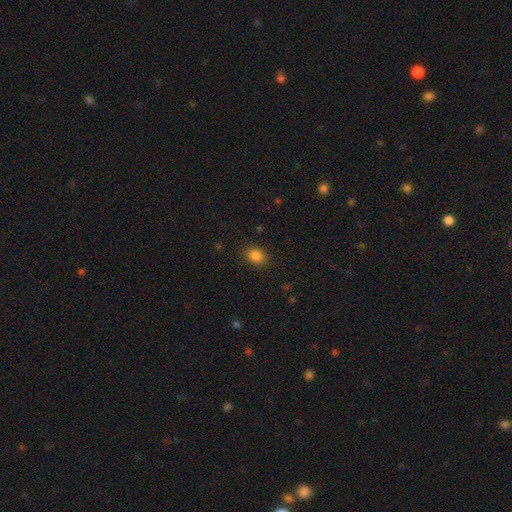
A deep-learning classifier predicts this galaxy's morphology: smooth_or_featured: smooth (p=0.85) [alt: star or artifact p=0.11]
how_rounded: in between (p=0.52) [alt: round p=0.47]
merging: none (p=0.87) [alt: minor disturbance p=0.09]